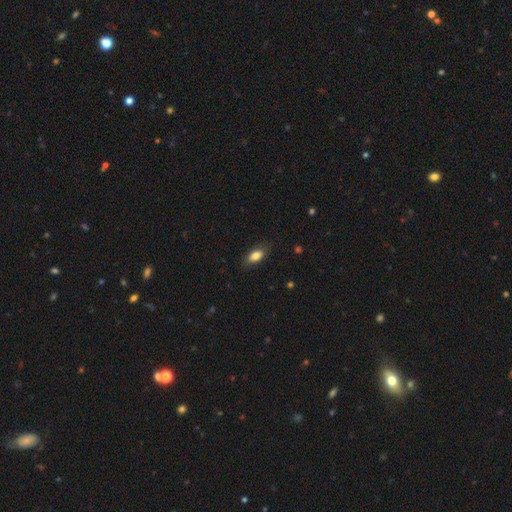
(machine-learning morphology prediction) The model was most divided on "merging": none: 81%, minor disturbance: 14%, major disturbance: 3%, merger: 1%. More confident: how rounded — in between (88%); smooth or featured — smooth (82%).